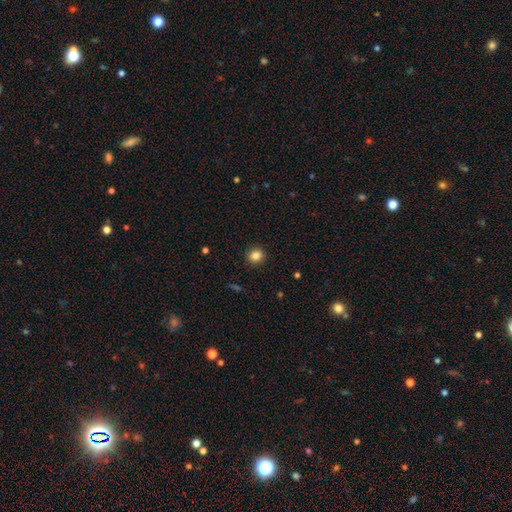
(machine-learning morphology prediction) Smooth or featured? Predicted: smooth (p=0.84). How rounded? Predicted: round (p=0.89). Merging? Predicted: none (p=0.92).